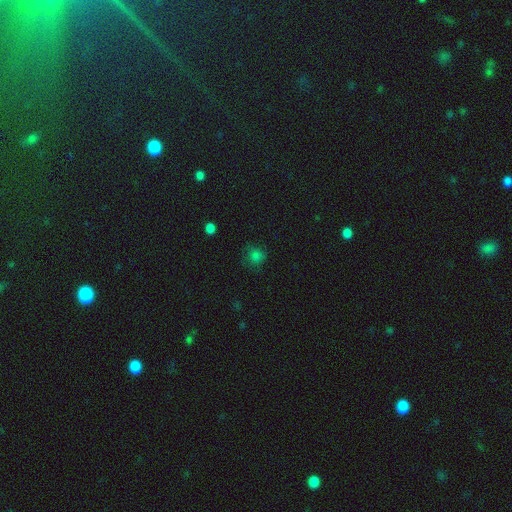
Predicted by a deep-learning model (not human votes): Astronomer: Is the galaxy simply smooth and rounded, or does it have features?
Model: smooth — 76%.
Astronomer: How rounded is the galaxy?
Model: round — 84%.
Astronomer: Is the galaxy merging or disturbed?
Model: none — 71%.